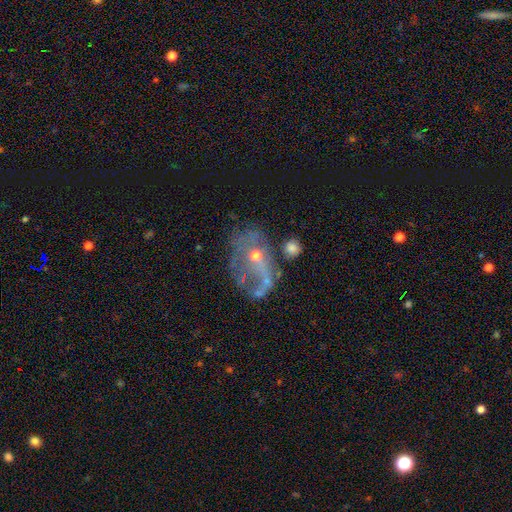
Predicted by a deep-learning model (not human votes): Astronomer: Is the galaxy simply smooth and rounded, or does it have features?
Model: featured or disk — 65%.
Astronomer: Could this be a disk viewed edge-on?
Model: no — 96%.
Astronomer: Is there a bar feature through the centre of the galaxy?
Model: no — 79%.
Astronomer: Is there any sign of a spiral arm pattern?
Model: no — 57% (runner-up: yes, 43%).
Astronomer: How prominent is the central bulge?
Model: small — 62%.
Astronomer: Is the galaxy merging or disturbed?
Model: none — 36% (runner-up: major disturbance, 32%).